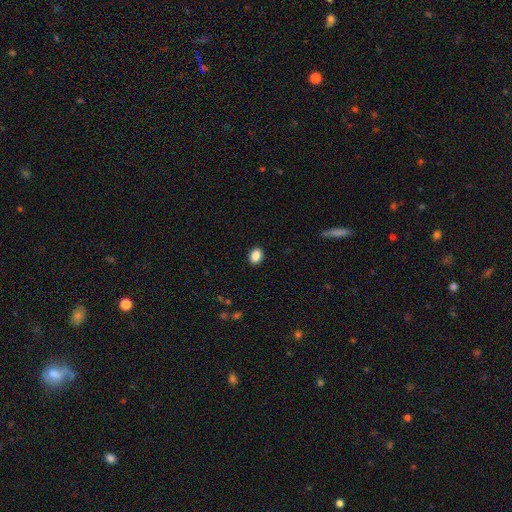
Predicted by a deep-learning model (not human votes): Morphology: type=smooth (89%); roundness=in between (71%); merging=none (90%).